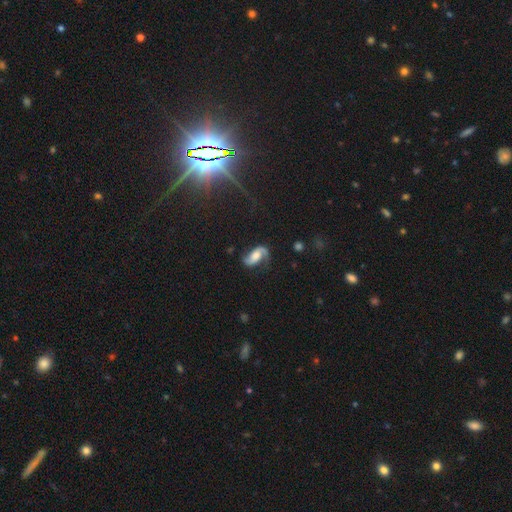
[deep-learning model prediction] A featured or disk galaxy (79%) with no bar (49%), 2 (89%) loose (48%) spiral arms (96%) and a moderate central bulge (35%). Merging: none (67%).